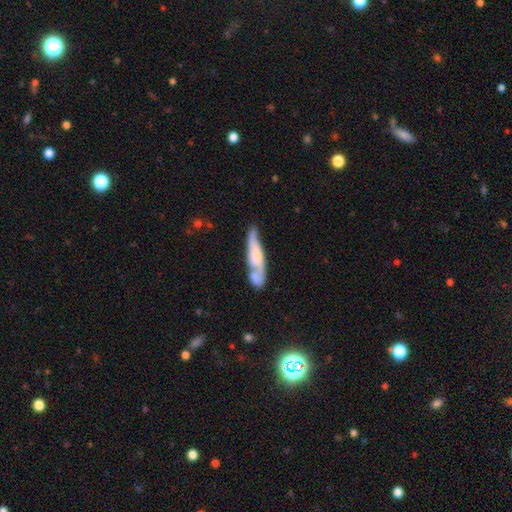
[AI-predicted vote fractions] A featured or disk galaxy (53%).

Vote fractions:
- Smooth or featured? featured or disk: 53% / smooth: 41% / star or artifact: 6%
- Edge-on disk? no: 56% / yes: 44%
- Merging? none: 42% / merger: 30% / minor disturbance: 19% / major disturbance: 9%